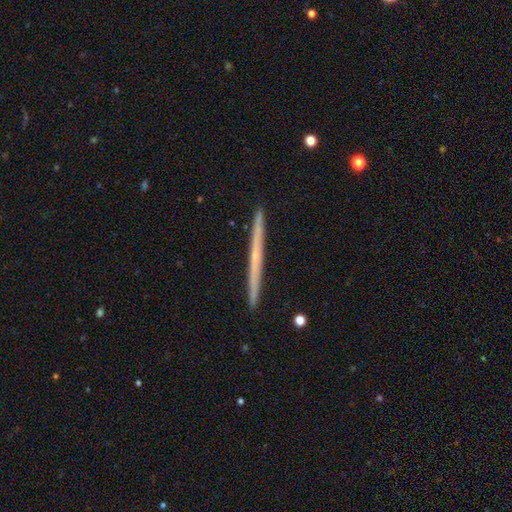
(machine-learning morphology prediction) featured or disk 61%, smooth 33%, star or artifact 6%. Down the decision tree: edge-on disk — yes (98%); edge-on bulge — none (78%); merging — none (93%).